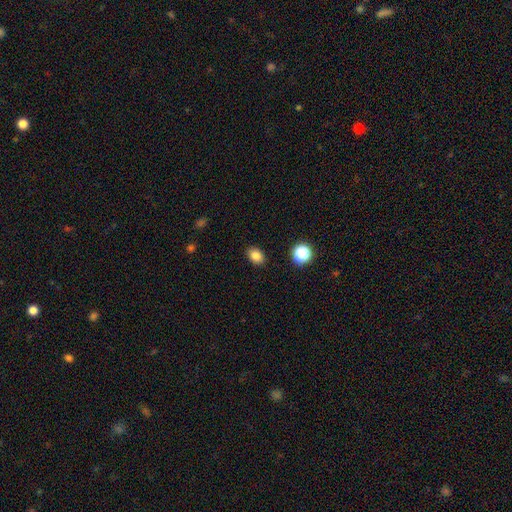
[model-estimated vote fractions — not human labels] Morphology: type=smooth (83%); roundness=in between (70%); merging=none (89%).